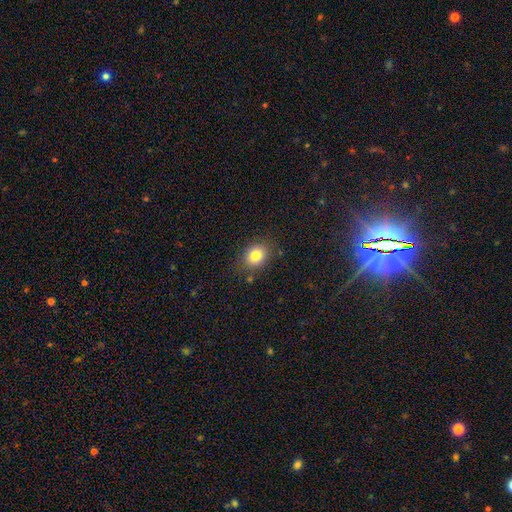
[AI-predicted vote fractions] Smooth or featured? smooth (81%)
How rounded? round (54%)
Merging? none (82%)